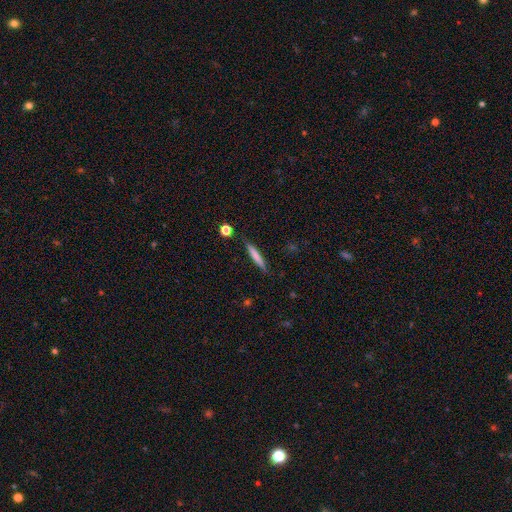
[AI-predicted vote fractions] Q: Smooth or featured?
A: smooth (68%); runner-up: featured or disk (26%)
Q: How rounded?
A: cigar-shaped (94%); runner-up: in between (5%)
Q: Merging?
A: none (87%); runner-up: minor disturbance (9%)